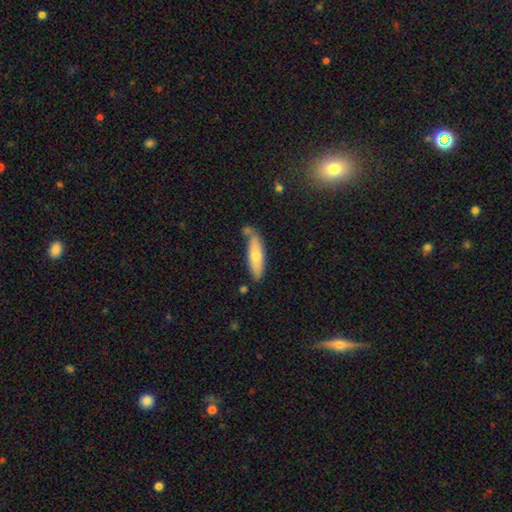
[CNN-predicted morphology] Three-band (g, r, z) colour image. It shows a smooth galaxy with no disk features (67%) that is cigar-shaped (60%). Merging: none (65%).